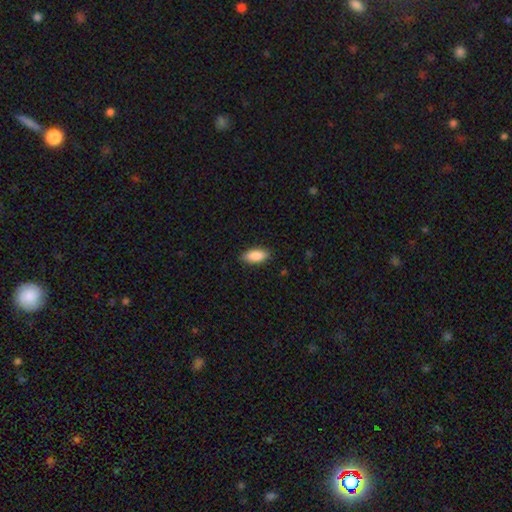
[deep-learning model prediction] Smooth or featured? smooth (88%)
How rounded? in between (86%)
Merging? none (87%)